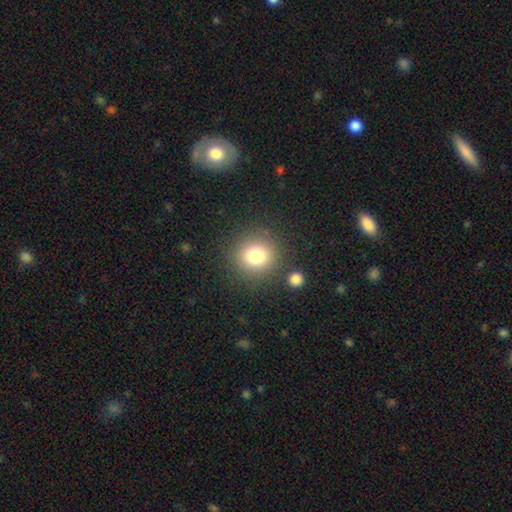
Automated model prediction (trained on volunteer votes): Morphology: type=smooth (78%); roundness=round (91%); merging=none (84%).